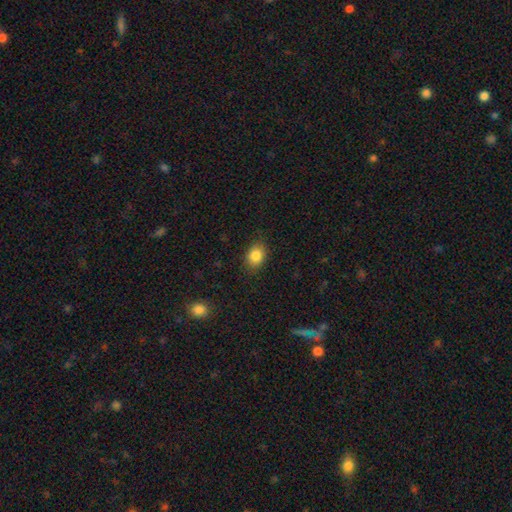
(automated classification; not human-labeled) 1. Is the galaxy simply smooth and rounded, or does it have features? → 85% smooth, 9% star or artifact, 5% featured or disk.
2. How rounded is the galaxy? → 59% in between, 40% round, 1% cigar-shaped.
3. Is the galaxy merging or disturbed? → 84% none, 12% minor disturbance, 3% major disturbance, 1% merger.